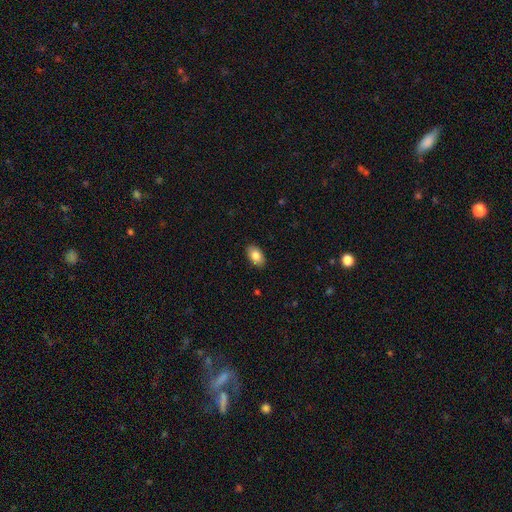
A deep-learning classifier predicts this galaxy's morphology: smooth 85%, featured or disk 8%, star or artifact 7%. Down the decision tree: how rounded — in between (92%); merging — none (89%).